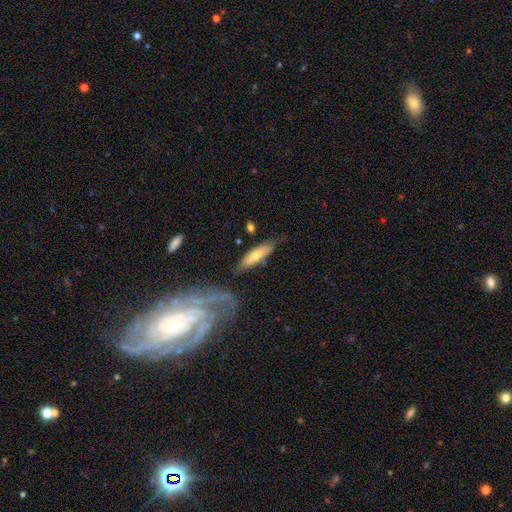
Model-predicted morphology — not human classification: smooth_or_featured: smooth (p=0.59) [alt: featured or disk p=0.35]
how_rounded: cigar-shaped (p=0.62) [alt: in between p=0.36]
merging: none (p=0.68) [alt: minor disturbance p=0.20]